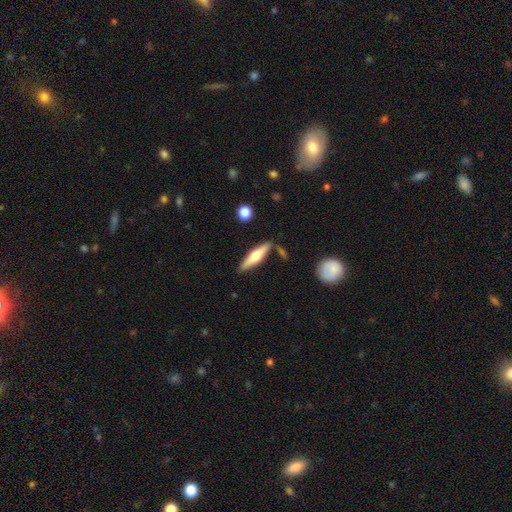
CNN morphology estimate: A featured or disk galaxy (49%). Merging: none (83%).